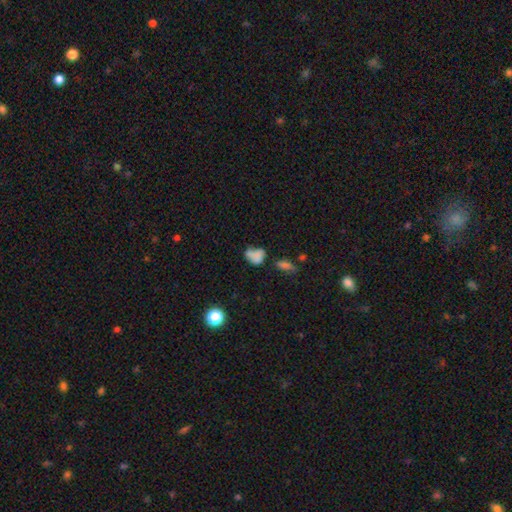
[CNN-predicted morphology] This is likely a smooth galaxy (68%). How rounded: likely in between (68%). Merging: marginally none (32%).